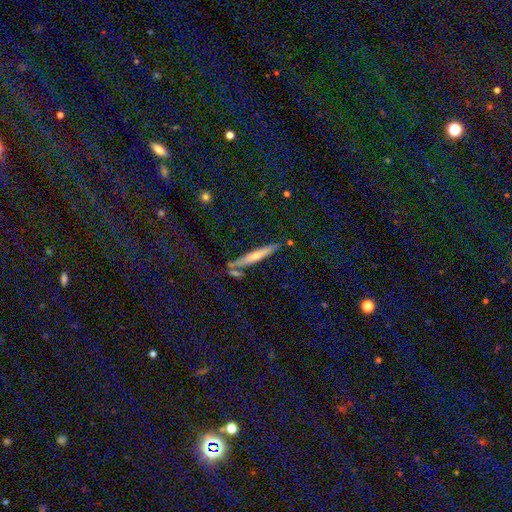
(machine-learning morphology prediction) Smooth or featured? Predicted: featured or disk (p=0.48). Merging? Predicted: none (p=0.79).